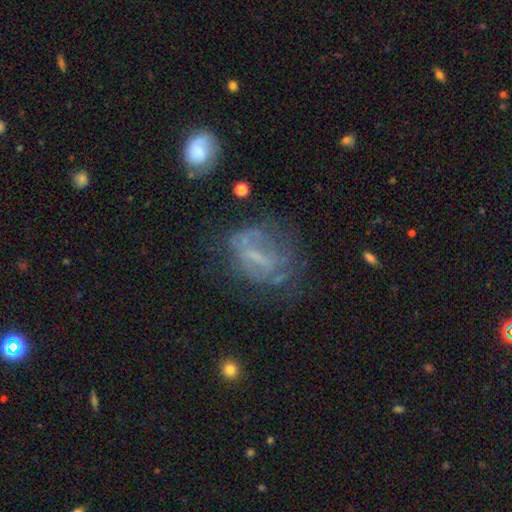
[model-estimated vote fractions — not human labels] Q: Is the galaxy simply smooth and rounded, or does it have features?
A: featured or disk — 58%.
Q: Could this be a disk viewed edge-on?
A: no — 94%.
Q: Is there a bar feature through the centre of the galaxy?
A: weak — 39%.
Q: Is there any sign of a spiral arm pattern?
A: no — 59%.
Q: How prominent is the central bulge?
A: none — 41%.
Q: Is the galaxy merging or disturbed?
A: none — 47%.